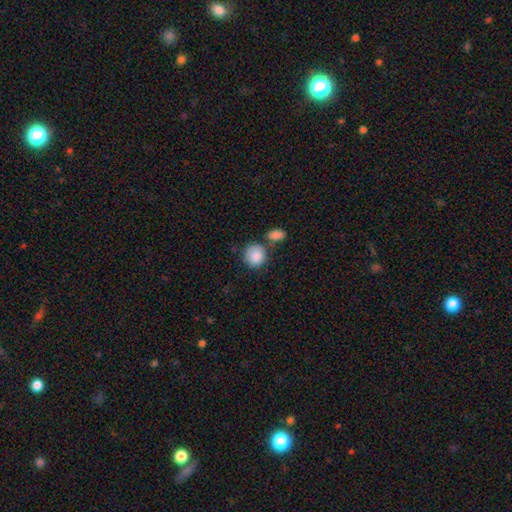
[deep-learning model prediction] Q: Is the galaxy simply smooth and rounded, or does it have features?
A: smooth — 88%.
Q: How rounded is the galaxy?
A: round — 84%.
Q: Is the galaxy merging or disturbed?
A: none — 62%.